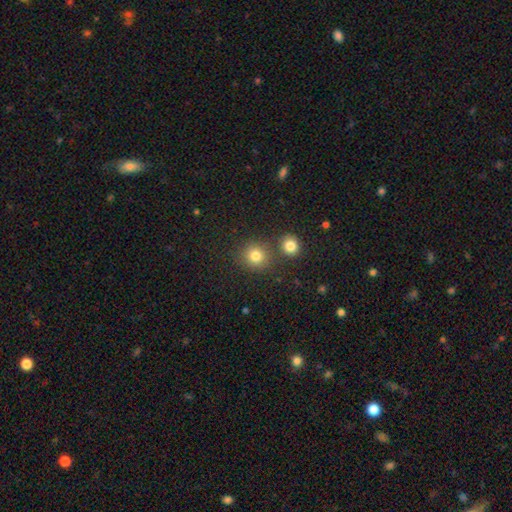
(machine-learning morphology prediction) A smooth galaxy with no disk features (80%) that is round (88%). Merging: none (75%).